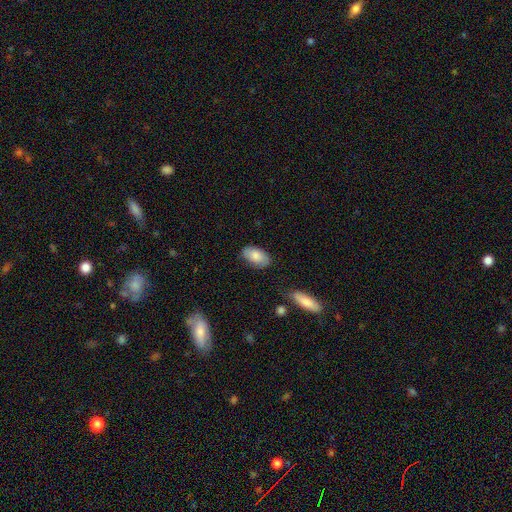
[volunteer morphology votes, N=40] Smooth or featured?
  - smooth: 78% *
  - featured or disk: 20%
  - star or artifact: 2%
How rounded?
  - in between: 97% *
  - round: 3%
  - cigar-shaped: 0%
Merging?
  - none: 74% *
  - minor disturbance: 21%
  - major disturbance: 3%
  - merger: 3%